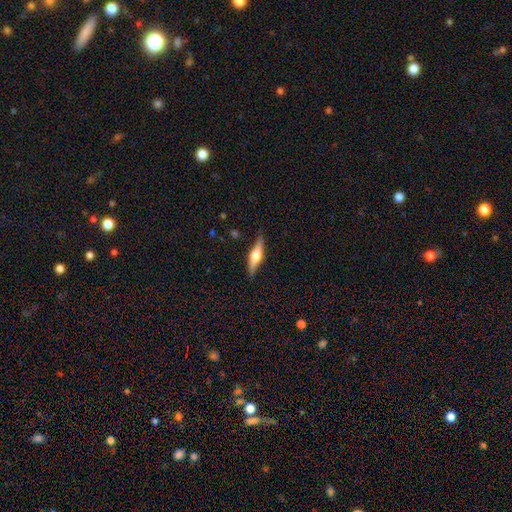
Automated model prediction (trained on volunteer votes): Morphology: type=featured or disk (59%); edge-on=yes (95%); edge-on bulge=rounded (92%); merging=none (86%).